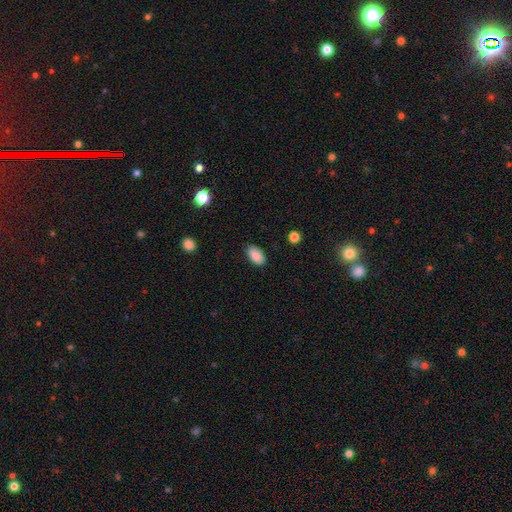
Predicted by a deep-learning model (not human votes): The model was most divided on "merging": none: 87%, minor disturbance: 10%, major disturbance: 2%, merger: 1%. More confident: how rounded — in between (94%); smooth or featured — smooth (89%).